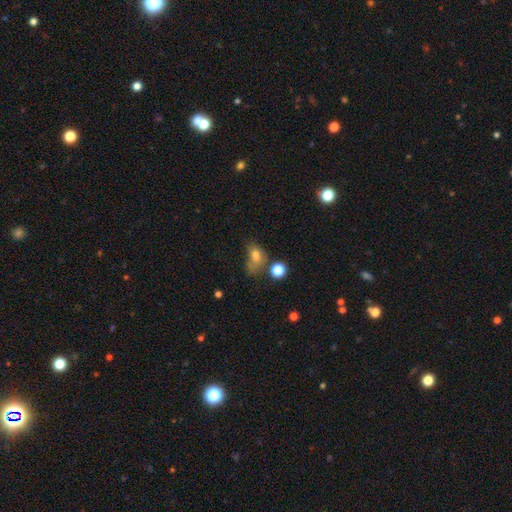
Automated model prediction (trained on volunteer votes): Morphology: type=smooth (69%); roundness=in between (72%); merging=none (33%).